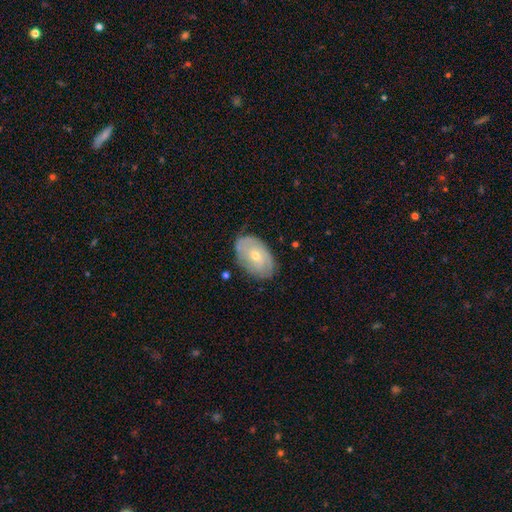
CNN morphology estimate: This is likely a featured or disk galaxy (60%). It is clearly not viewed edge-on (94%). Bar: likely no (78%). Spiral arm pattern: likely yes (70%). Central bulge: possibly small (54%). Merging: likely none (78%).